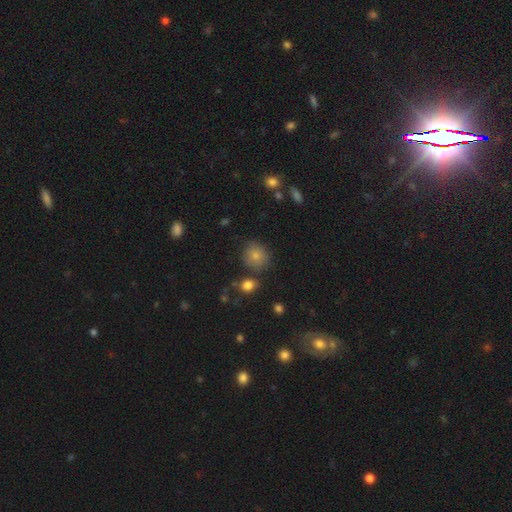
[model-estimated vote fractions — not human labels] Smooth or featured?
  - smooth: 80% *
  - star or artifact: 11%
  - featured or disk: 9%
How rounded?
  - round: 85% *
  - in between: 14%
  - cigar-shaped: 1%
Merging?
  - none: 75% *
  - minor disturbance: 15%
  - merger: 6%
  - major disturbance: 4%